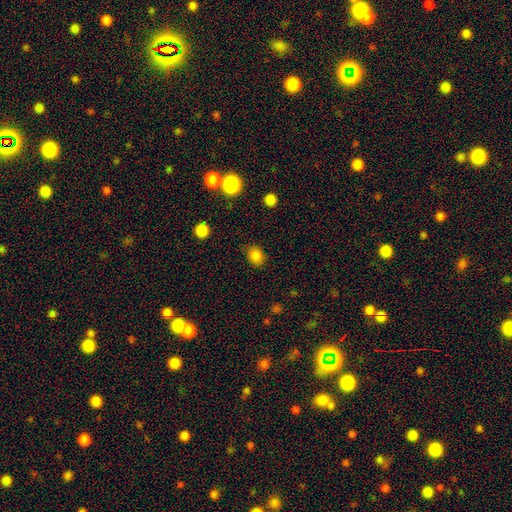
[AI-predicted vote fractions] Q: Smooth or featured?
A: smooth (83%); runner-up: star or artifact (12%)
Q: How rounded?
A: round (61%); runner-up: in between (38%)
Q: Merging?
A: none (85%); runner-up: minor disturbance (11%)